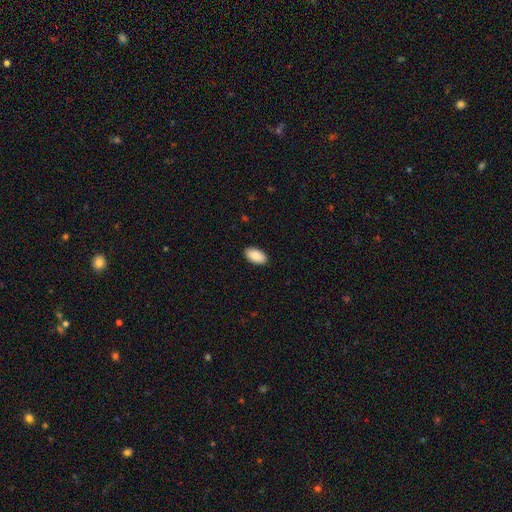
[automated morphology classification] The model was most divided on "merging": none: 90%, minor disturbance: 7%, major disturbance: 2%, merger: 1%. More confident: how rounded — in between (96%); smooth or featured — smooth (90%).